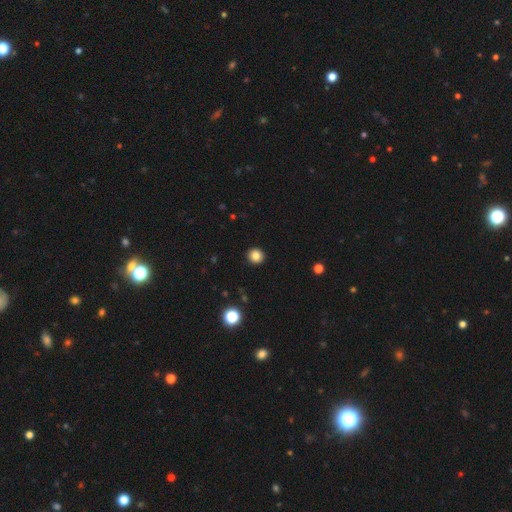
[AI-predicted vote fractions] smooth_or_featured: smooth (p=0.84) [alt: star or artifact p=0.11]
how_rounded: round (p=0.90) [alt: in between p=0.09]
merging: none (p=0.93) [alt: minor disturbance p=0.05]